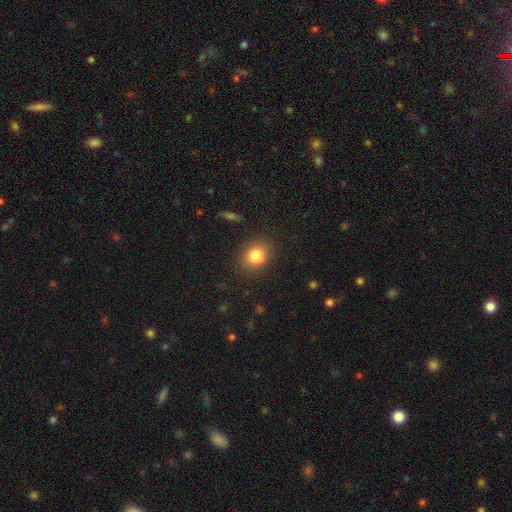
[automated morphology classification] smooth-or-featured: smooth: 80% | star or artifact: 11% | featured or disk: 9%
  how-rounded: round: 65% | in between: 34% | cigar-shaped: 1%
  merging: none: 68% | minor disturbance: 15% | merger: 13% | major disturbance: 4%